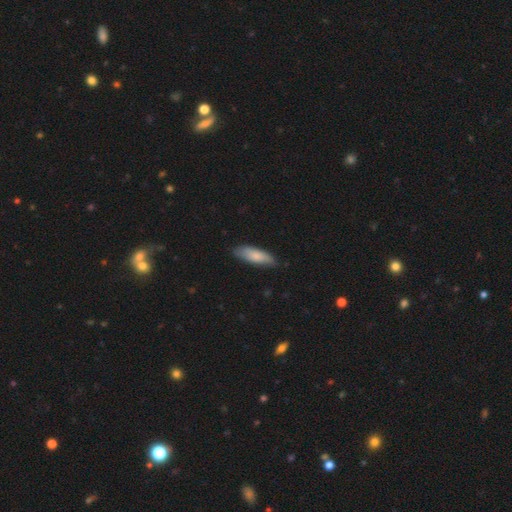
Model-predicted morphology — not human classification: smooth-or-featured: smooth: 80% | featured or disk: 15% | star or artifact: 5%
  how-rounded: in between: 54% | cigar-shaped: 44% | round: 2%
  merging: none: 79% | minor disturbance: 17% | major disturbance: 2% | merger: 1%